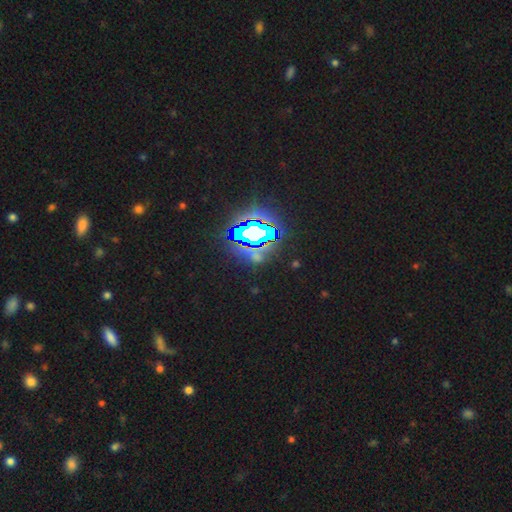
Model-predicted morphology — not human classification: type=star or artifact (74%).